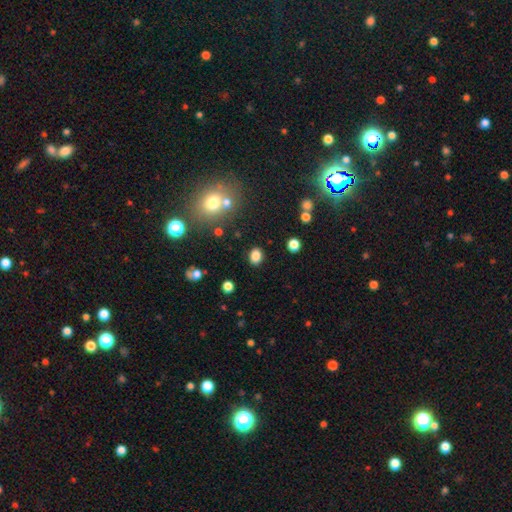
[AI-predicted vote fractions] smooth_or_featured: smooth (p=0.83) [alt: star or artifact p=0.12]
how_rounded: in between (p=0.59) [alt: round p=0.40]
merging: none (p=0.86) [alt: minor disturbance p=0.08]